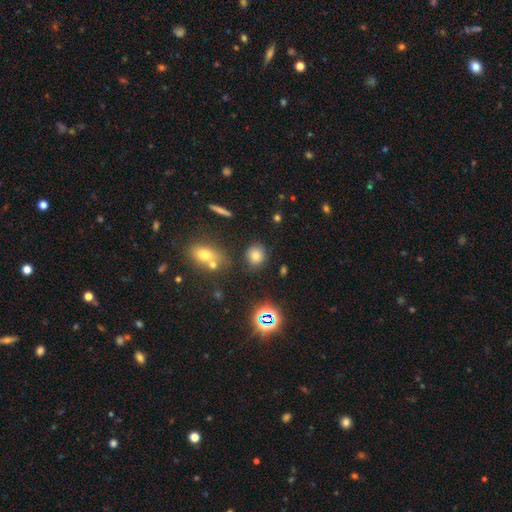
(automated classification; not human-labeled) Q: Smooth or featured?
A: smooth (73%); runner-up: star or artifact (18%)
Q: How rounded?
A: round (79%); runner-up: in between (19%)
Q: Merging?
A: none (79%); runner-up: minor disturbance (11%)